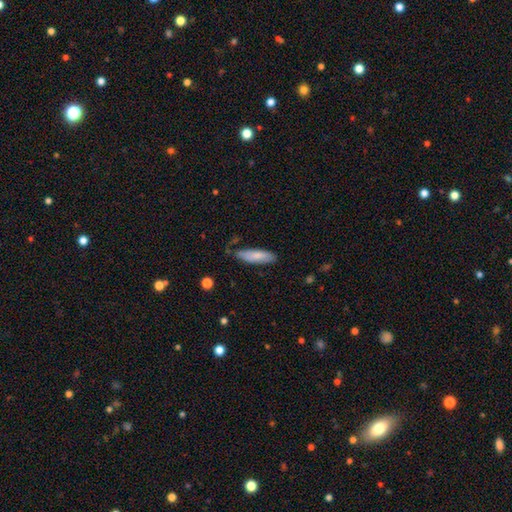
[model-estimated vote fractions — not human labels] A smooth galaxy with no disk features (80%) that is cigar-shaped (56%). Merging: none (74%).